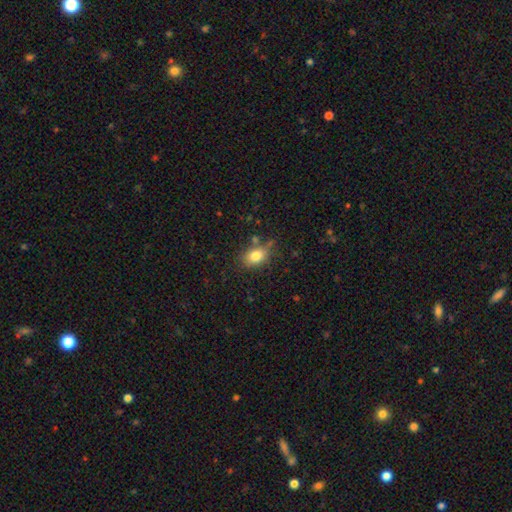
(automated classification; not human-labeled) A smooth galaxy with no disk features (81%) that is in between round and cigar-shaped (78%).

Vote fractions:
- Smooth or featured? smooth: 81% / star or artifact: 9% / featured or disk: 9%
- How rounded? in between: 78% / round: 20% / cigar-shaped: 2%
- Merging? none: 68% / minor disturbance: 20% / merger: 7% / major disturbance: 5%